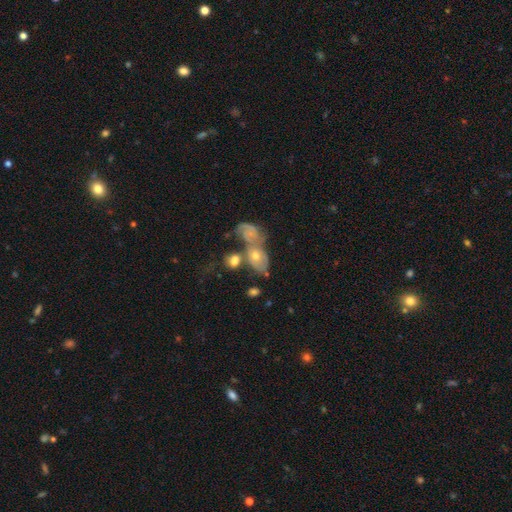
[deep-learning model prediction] This is possibly a featured or disk galaxy (52%). It is clearly not viewed edge-on (92%). Merging: possibly merger (46%).